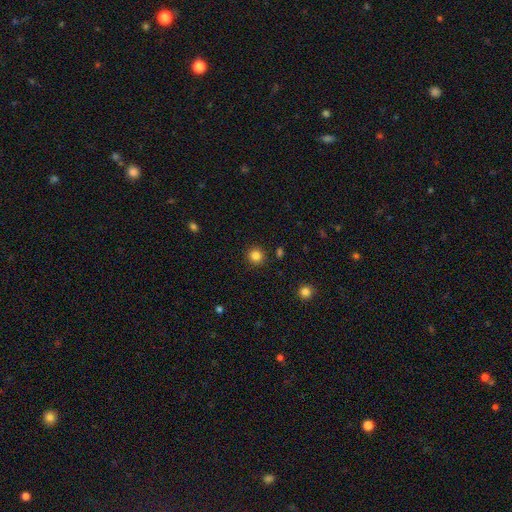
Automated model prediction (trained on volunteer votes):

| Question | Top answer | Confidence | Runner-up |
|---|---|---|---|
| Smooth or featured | smooth | 84% | star or artifact (12%) |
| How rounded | round | 93% | in between (6%) |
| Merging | none | 90% | minor disturbance (6%) |